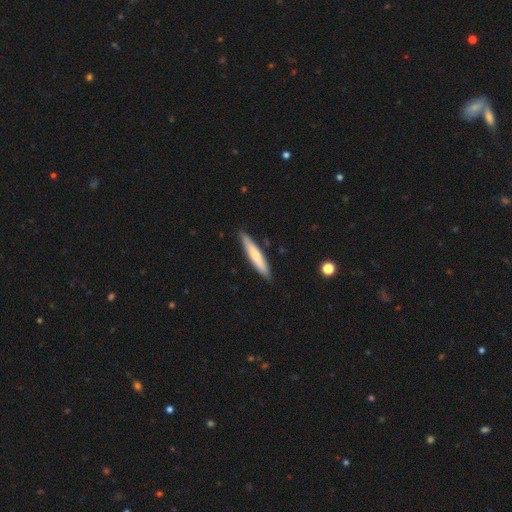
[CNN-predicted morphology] This is likely a smooth galaxy (64%). How rounded: clearly cigar-shaped (90%). Merging: clearly none (88%).